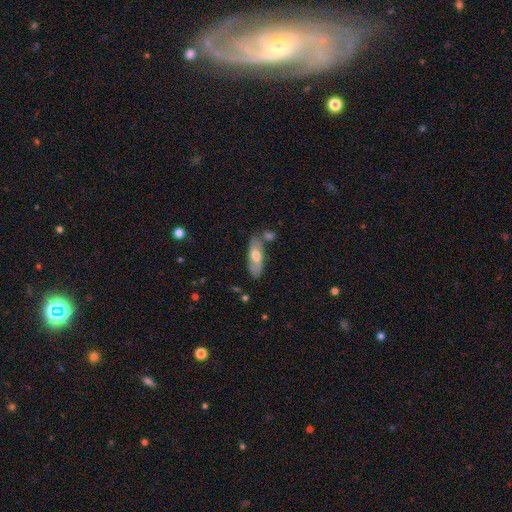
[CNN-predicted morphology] Q: Smooth or featured?
A: smooth (53%); runner-up: featured or disk (41%)
Q: How rounded?
A: in between (72%); runner-up: cigar-shaped (25%)
Q: Merging?
A: none (67%); runner-up: minor disturbance (18%)